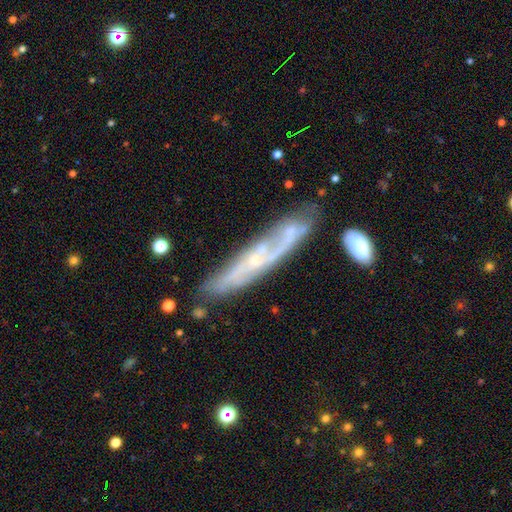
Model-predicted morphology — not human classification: type=featured or disk (67%); edge-on=no (57%); merging=none (68%).